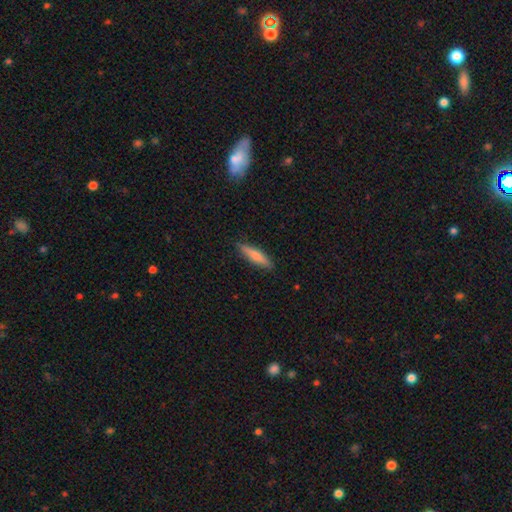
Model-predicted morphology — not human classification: Smooth or featured? smooth (72%)
How rounded? cigar-shaped (80%)
Merging? none (88%)